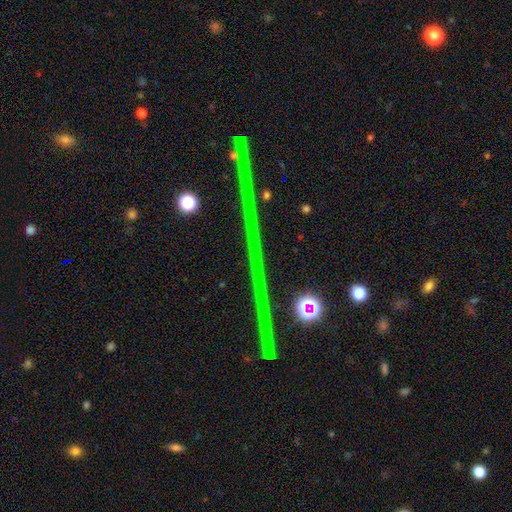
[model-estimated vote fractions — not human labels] Smooth or featured? star or artifact (78%)